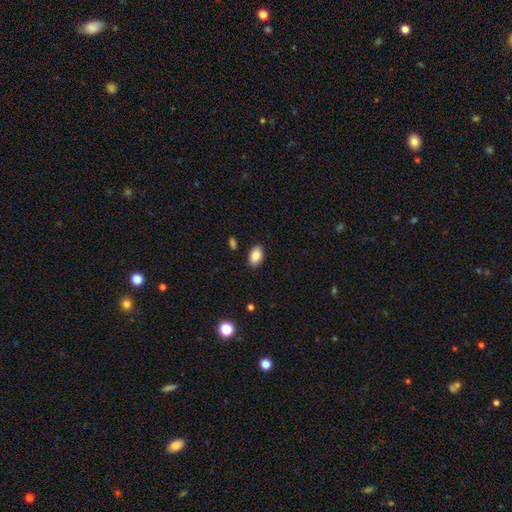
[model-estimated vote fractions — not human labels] smooth 85%, star or artifact 7%, featured or disk 7%. Down the decision tree: how rounded — in between (92%); merging — none (88%).